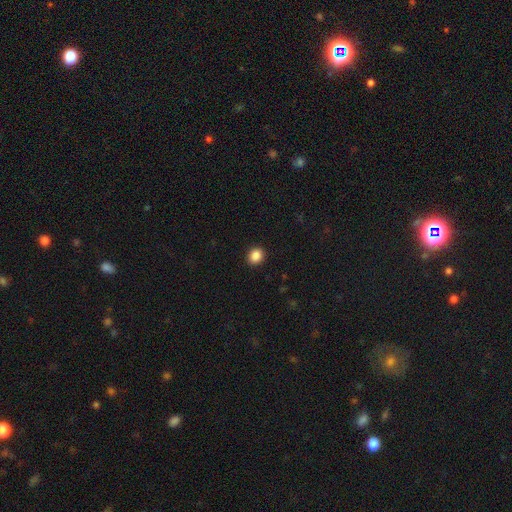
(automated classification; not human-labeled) This is clearly a smooth galaxy (87%). How rounded: likely round (67%). Merging: clearly none (92%).